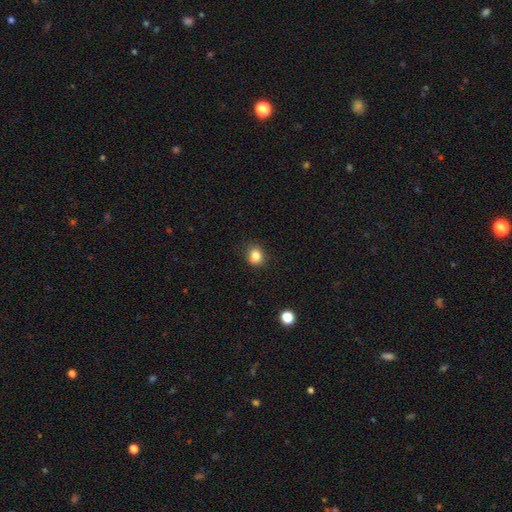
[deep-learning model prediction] This appears to be a smooth galaxy with no disk features (83%) that is round (66%). Merging: none (83%).